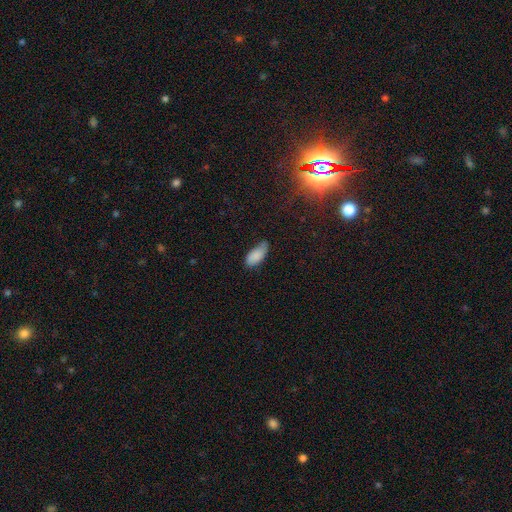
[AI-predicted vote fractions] A smooth galaxy with no disk features (84%) that is in between round and cigar-shaped (91%).

Vote fractions:
- Smooth or featured? smooth: 84% / featured or disk: 8% / star or artifact: 7%
- How rounded? in between: 91% / cigar-shaped: 7% / round: 2%
- Merging? none: 54% / minor disturbance: 37% / major disturbance: 7% / merger: 2%